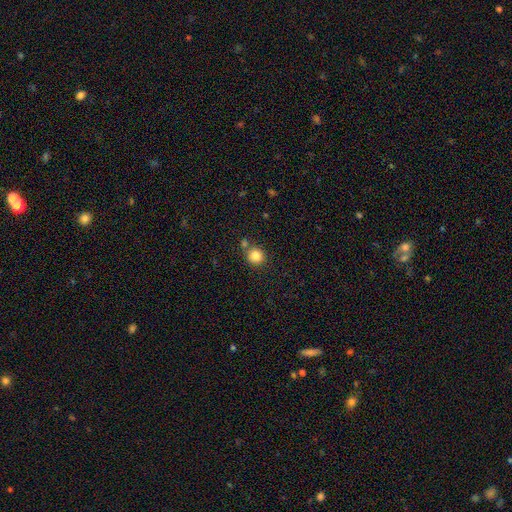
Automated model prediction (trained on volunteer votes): Overall: smooth (84%). How rounded: round (89%). Merging: none (74%).